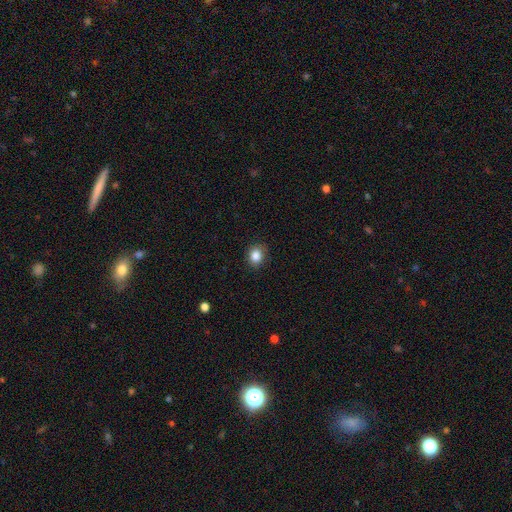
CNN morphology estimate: This appears to be a smooth galaxy with no disk features (86%) that is round (62%). Merging: none (86%).